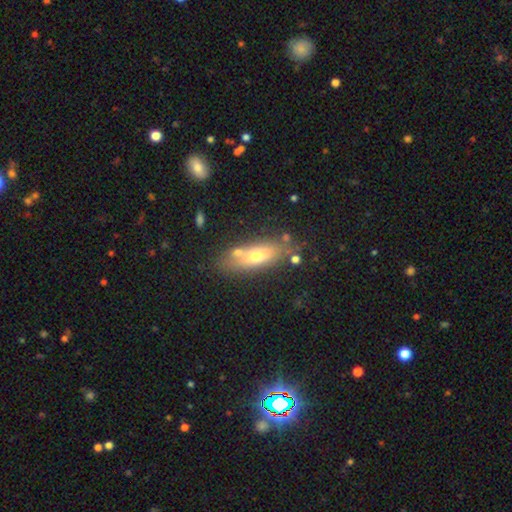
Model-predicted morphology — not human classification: Smooth or featured: smooth — 59% (featured or disk — 33%)
How rounded: in between — 62% (cigar-shaped — 33%)
Merging: none — 65% (minor disturbance — 16%)